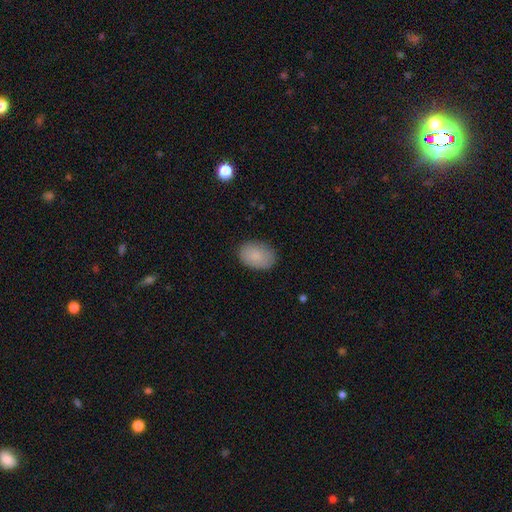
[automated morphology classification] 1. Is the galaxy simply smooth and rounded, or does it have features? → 86% smooth, 7% featured or disk, 7% star or artifact.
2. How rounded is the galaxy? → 83% in between, 16% round, 1% cigar-shaped.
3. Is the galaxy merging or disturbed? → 85% none, 11% minor disturbance, 3% major disturbance, 1% merger.